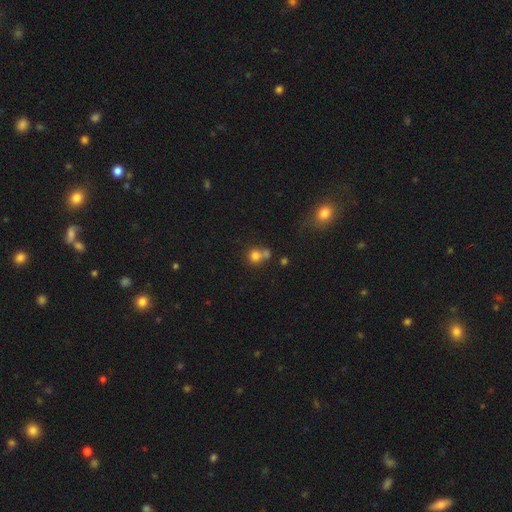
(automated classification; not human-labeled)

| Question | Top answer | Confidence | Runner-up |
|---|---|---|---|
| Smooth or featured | smooth | 75% | star or artifact (14%) |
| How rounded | round | 84% | in between (15%) |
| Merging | merger | 45% | none (41%) |